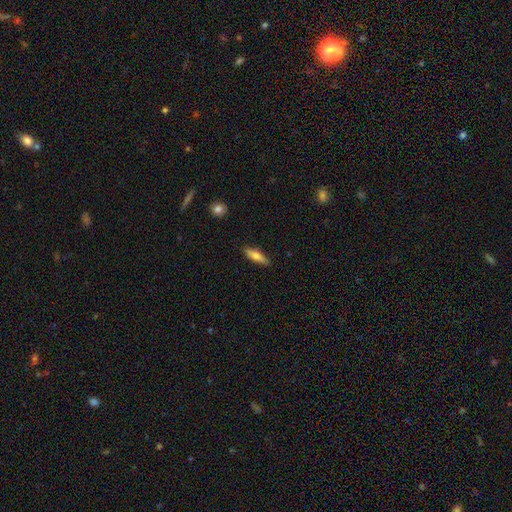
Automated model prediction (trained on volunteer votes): Smooth or featured?
  - smooth: 70% *
  - featured or disk: 24%
  - star or artifact: 6%
How rounded?
  - cigar-shaped: 64% *
  - in between: 34%
  - round: 2%
Merging?
  - none: 87% *
  - minor disturbance: 10%
  - major disturbance: 2%
  - merger: 1%